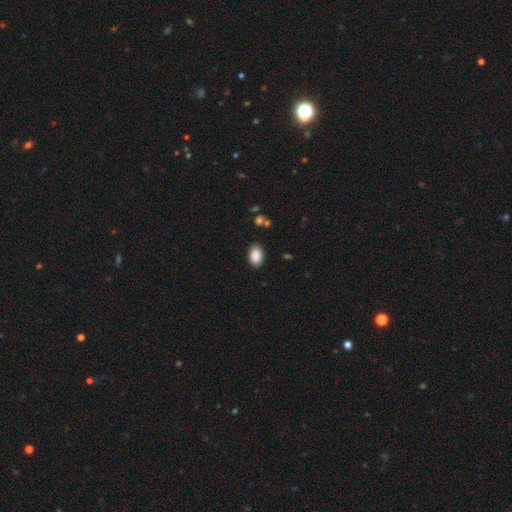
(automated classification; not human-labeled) Smooth or featured? smooth (89%)
How rounded? in between (90%)
Merging? none (87%)